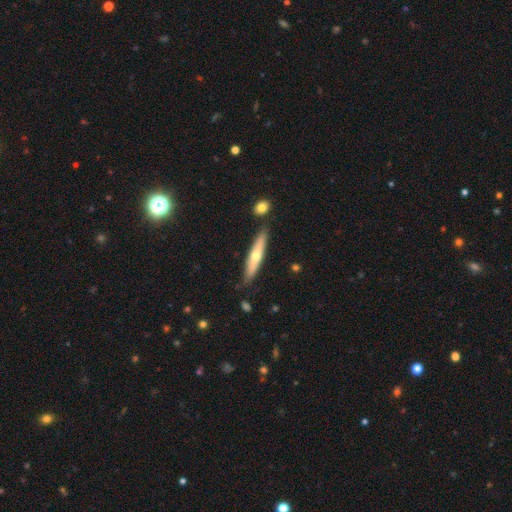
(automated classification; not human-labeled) Smooth or featured: smooth — 47% (tied with featured or disk — 47%)
Merging: none — 82% (minor disturbance — 12%)